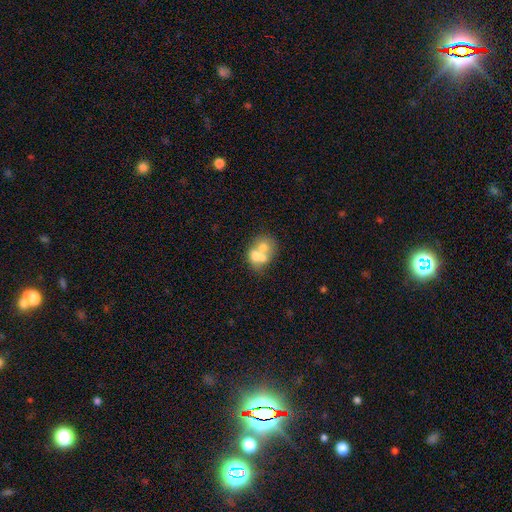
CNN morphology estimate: smooth_or_featured: smooth (p=0.55) [alt: featured or disk p=0.34]
how_rounded: round (p=0.58) [alt: in between p=0.41]
merging: merger (p=0.63) [alt: none p=0.24]